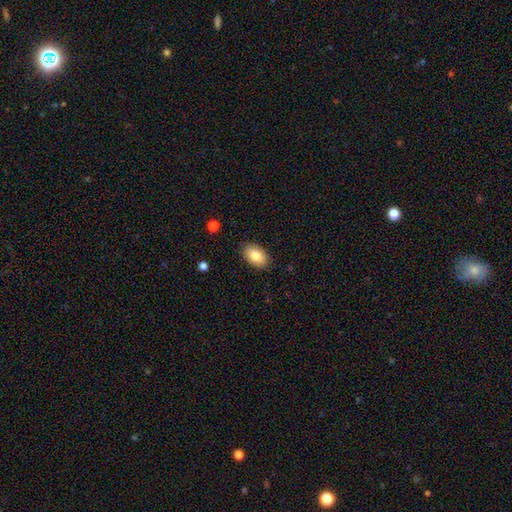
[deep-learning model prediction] smooth-or-featured: smooth: 84% | featured or disk: 9% | star or artifact: 7%
  how-rounded: in between: 91% | round: 8% | cigar-shaped: 1%
  merging: none: 88% | minor disturbance: 9% | major disturbance: 2% | merger: 1%